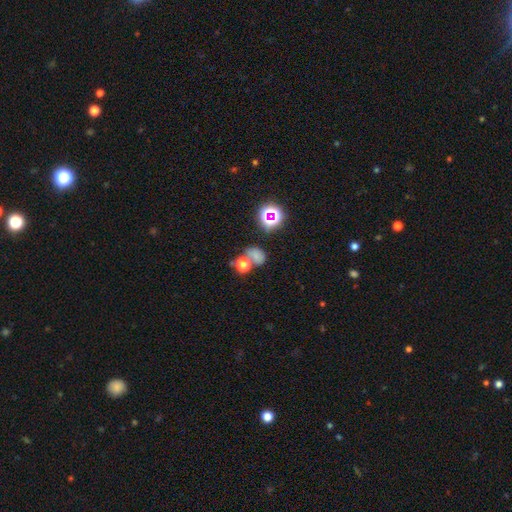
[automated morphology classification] Overall: smooth (65%). How rounded: round (54%; in between 45%). Merging: none (46%; merger 32%).